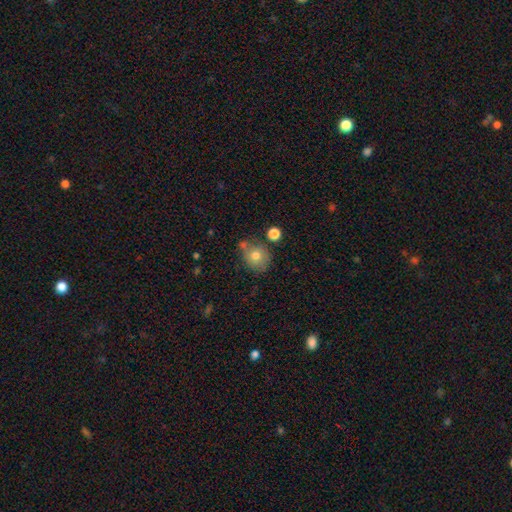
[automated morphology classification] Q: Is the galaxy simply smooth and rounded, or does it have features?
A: smooth — 75%.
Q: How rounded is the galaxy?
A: round — 72%.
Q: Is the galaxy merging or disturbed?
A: none — 62%.